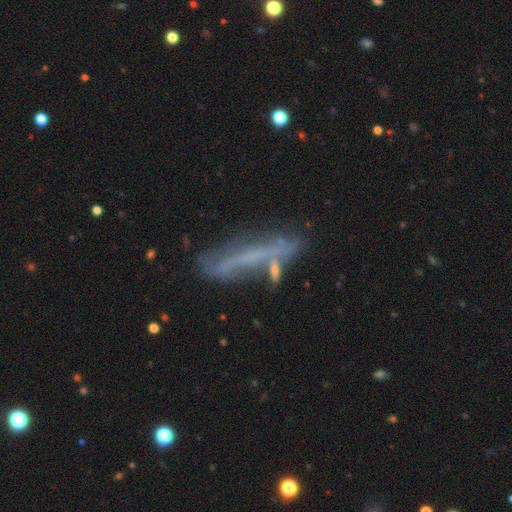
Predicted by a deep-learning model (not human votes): A featured or disk galaxy (54%) viewed edge-on (62%).

Vote fractions:
- Smooth or featured? featured or disk: 54% / smooth: 36% / star or artifact: 10%
- Edge-on disk? yes: 62% / no: 38%
- Merging? none: 51% / minor disturbance: 23% / major disturbance: 14% / merger: 12%